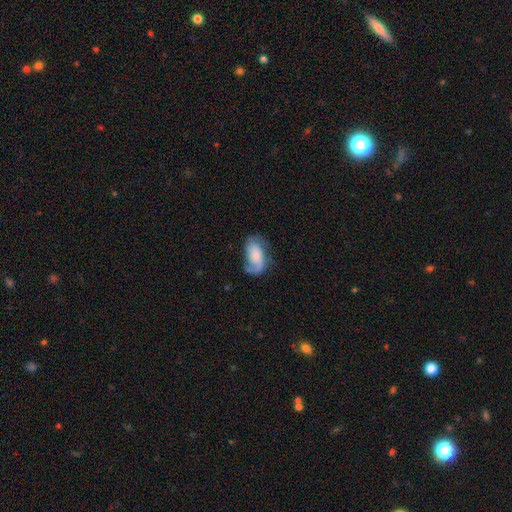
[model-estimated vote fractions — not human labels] Overall: featured or disk (61%; smooth 33%). Edge-on disk: no (96%). Bar: no (67%). Spiral arms: yes (89%). Spiral arm count: 2 (50%; 1 40%). Spiral winding: medium (38%, tied with loose). Bulge size: small (32%; moderate 22%). Merging: none (51%; minor disturbance 24%).